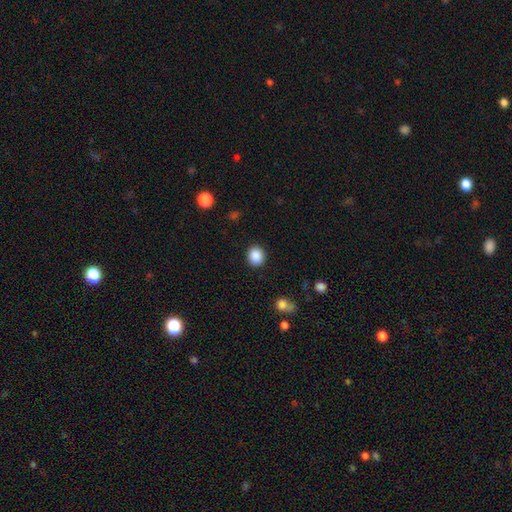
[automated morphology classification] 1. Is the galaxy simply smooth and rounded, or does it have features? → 88% smooth, 9% star or artifact, 3% featured or disk.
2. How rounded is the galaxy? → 74% round, 25% in between, 1% cigar-shaped.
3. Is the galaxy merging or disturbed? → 90% none, 6% minor disturbance, 2% major disturbance, 1% merger.